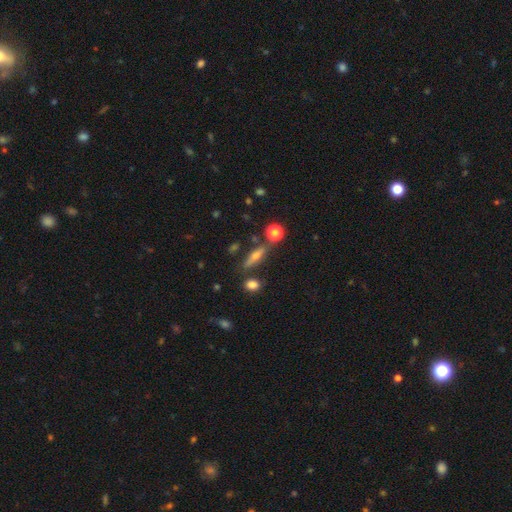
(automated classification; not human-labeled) smooth-or-featured: featured or disk: 51% | smooth: 36% | star or artifact: 12%
  disk-edge-on: yes: 88% | no: 12%
  merging: none: 76% | minor disturbance: 11% | merger: 9% | major disturbance: 4%